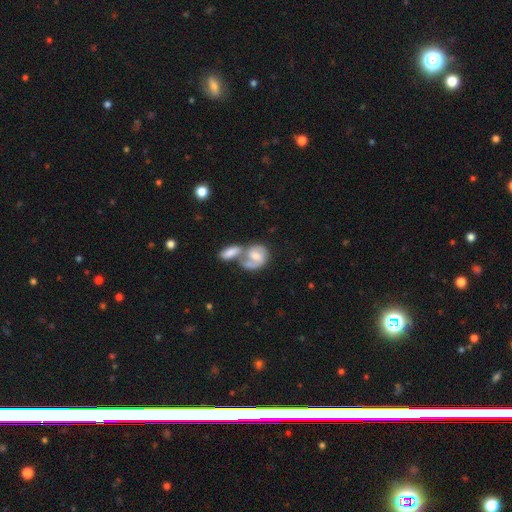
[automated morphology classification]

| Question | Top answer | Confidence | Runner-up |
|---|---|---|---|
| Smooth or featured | featured or disk | 55% | smooth (38%) |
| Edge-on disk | no | 96% | yes (4%) |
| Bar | no | 46% | weak (40%) |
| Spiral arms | yes | 75% | no (25%) |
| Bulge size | moderate | 51% | small (28%) |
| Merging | merger | 66% | none (18%) |